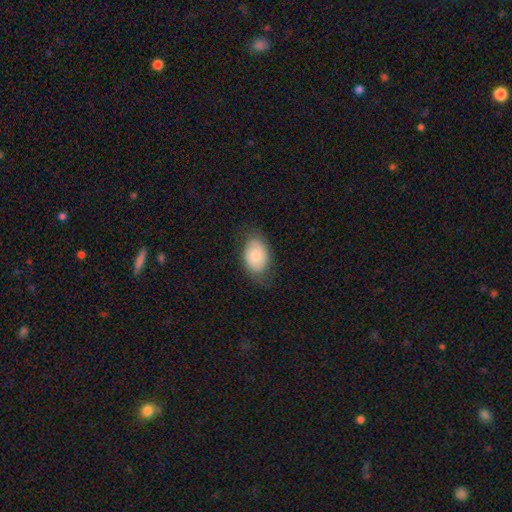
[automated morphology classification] smooth-or-featured: smooth: 71% | featured or disk: 23% | star or artifact: 7%
  how-rounded: in between: 85% | round: 14% | cigar-shaped: 1%
  merging: none: 71% | minor disturbance: 21% | major disturbance: 7% | merger: 1%